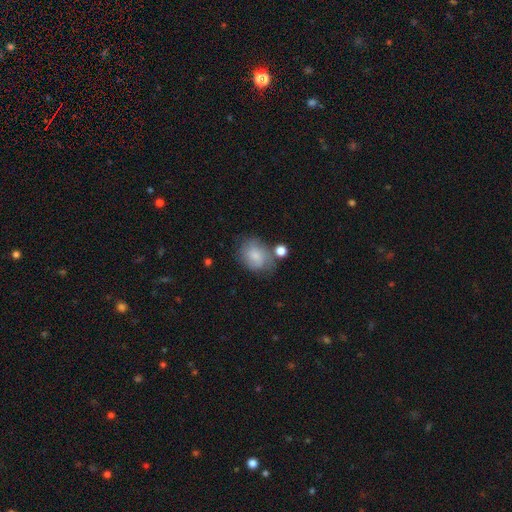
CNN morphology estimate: smooth_or_featured: smooth (p=0.69) [alt: featured or disk p=0.22]
how_rounded: in between (p=0.52) [alt: round p=0.47]
merging: none (p=0.54) [alt: minor disturbance p=0.25]